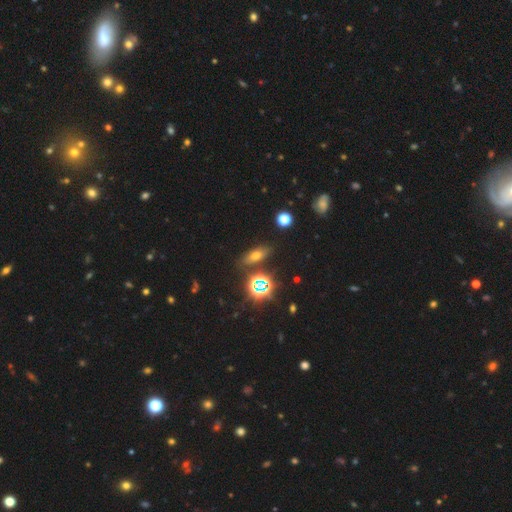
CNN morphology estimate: smooth_or_featured: smooth (p=0.51) [alt: star or artifact p=0.33]
how_rounded: in between (p=0.61) [alt: cigar-shaped p=0.25]
merging: none (p=0.82) [alt: minor disturbance p=0.10]